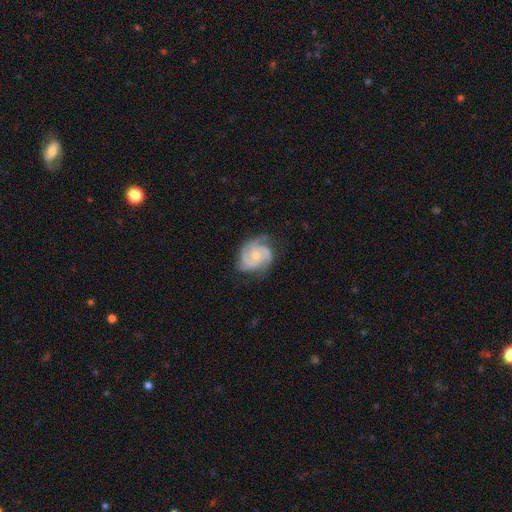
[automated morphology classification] Smooth or featured?
  - featured or disk: 84% *
  - smooth: 11%
  - star or artifact: 5%
Edge-on disk?
  - no: 98% *
  - yes: 2%
Bar?
  - no: 68% *
  - weak: 27%
  - strong: 5%
Spiral arms?
  - yes: 97% *
  - no: 3%
Spiral winding?
  - tight: 50% *
  - medium: 41%
  - loose: 9%
Spiral arm count?
  - 3: 41% *
  - 2: 39%
  - can't tell: 10%
  - 4: 5%
  - 1: 3%
  - more than 4: 3%
Bulge size?
  - small: 49% *
  - moderate: 47%
  - none: 2%
  - large: 2%
  - dominant: 1%
Merging?
  - none: 68% *
  - minor disturbance: 23%
  - major disturbance: 8%
  - merger: 1%